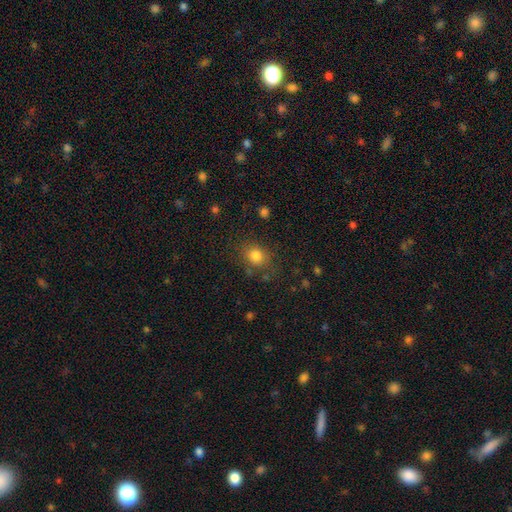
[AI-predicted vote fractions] Smooth or featured? smooth (82%)
How rounded? round (59%)
Merging? none (77%)